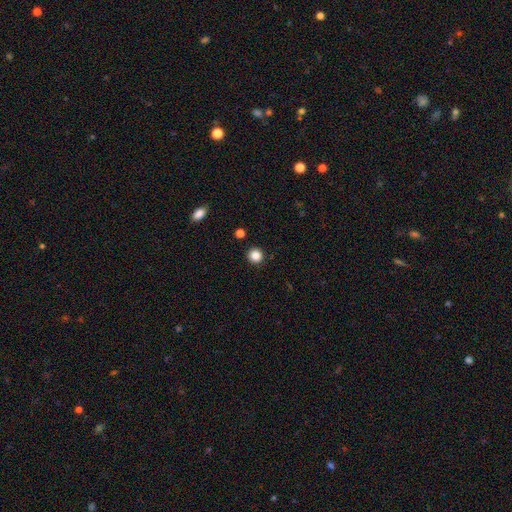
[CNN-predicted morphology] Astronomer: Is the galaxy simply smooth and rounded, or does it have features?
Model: smooth — 85%.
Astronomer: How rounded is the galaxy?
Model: round — 93%.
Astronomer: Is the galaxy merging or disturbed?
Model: none — 91%.